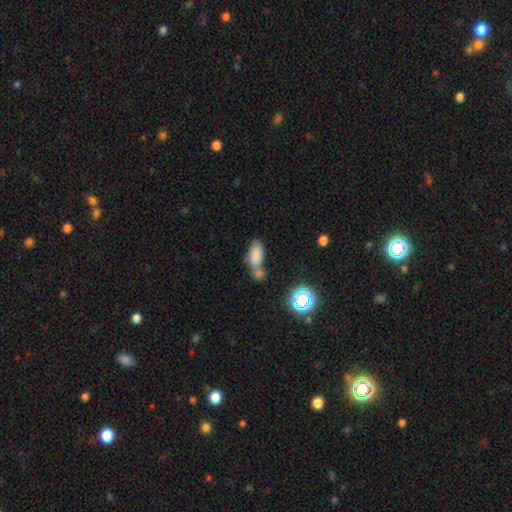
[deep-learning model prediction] The model was most divided on "merging": merger: 49%, none: 33%, minor disturbance: 13%, major disturbance: 6%. More confident: how rounded — in between (87%); smooth or featured — smooth (79%).